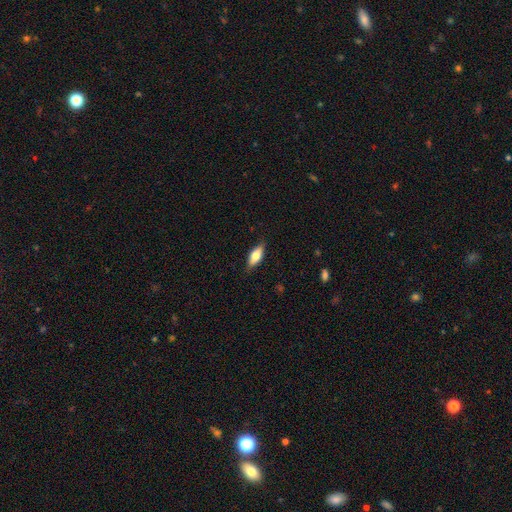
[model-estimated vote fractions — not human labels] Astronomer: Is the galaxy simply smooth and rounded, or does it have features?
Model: smooth — 68%.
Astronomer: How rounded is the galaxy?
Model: in between — 75%.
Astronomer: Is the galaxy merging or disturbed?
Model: none — 83%.